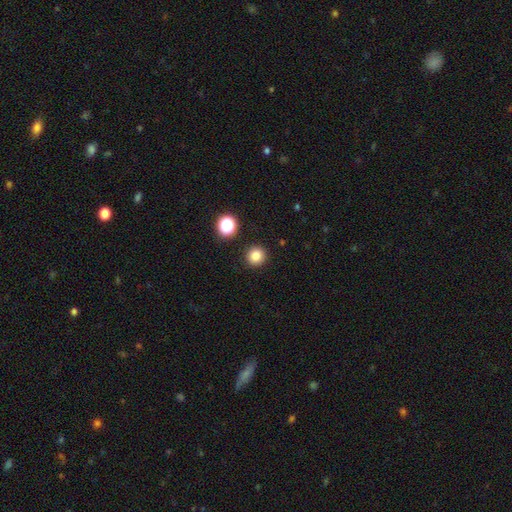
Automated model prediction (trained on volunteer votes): A smooth galaxy with no disk features (82%) that is round (94%). Merging: none (91%).